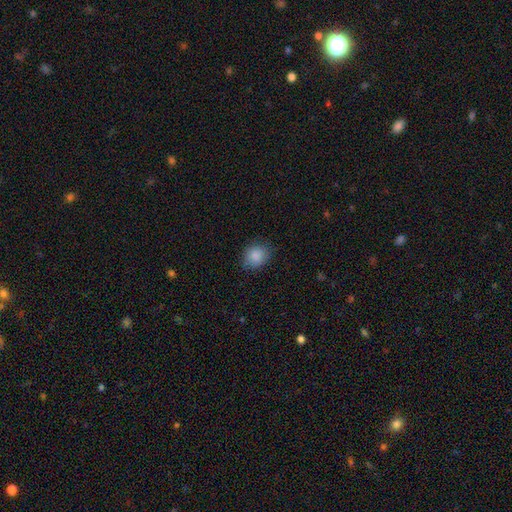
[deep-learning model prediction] A smooth galaxy with no disk features (87%) that is round (64%).

Vote fractions:
- Smooth or featured? smooth: 87% / star or artifact: 8% / featured or disk: 5%
- How rounded? round: 64% / in between: 35% / cigar-shaped: 1%
- Merging? none: 78% / minor disturbance: 17% / major disturbance: 4% / merger: 1%